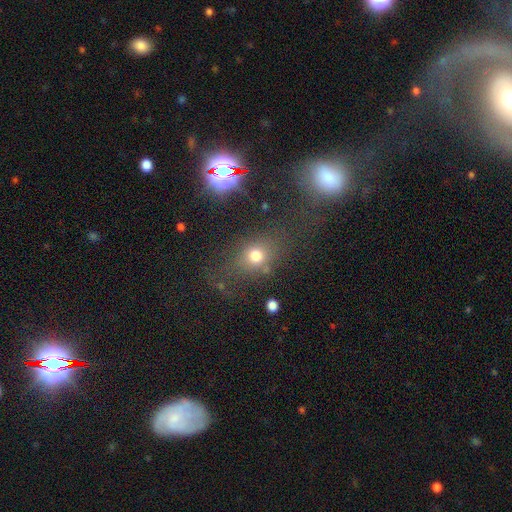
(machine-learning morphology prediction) A smooth galaxy with no disk features (70%) that is in between round and cigar-shaped (48%, tied with round). Merging: none (63%).